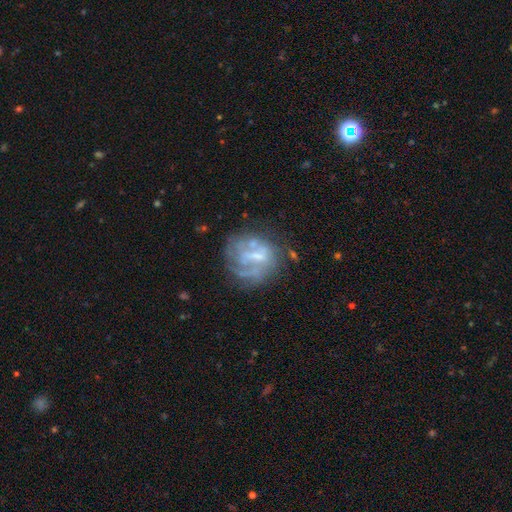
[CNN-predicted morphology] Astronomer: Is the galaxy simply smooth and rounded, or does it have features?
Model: featured or disk — 69%.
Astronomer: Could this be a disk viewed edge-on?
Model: no — 97%.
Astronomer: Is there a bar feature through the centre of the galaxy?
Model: weak — 42% (runner-up: no, 37%).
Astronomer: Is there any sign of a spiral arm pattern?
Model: yes — 52% (runner-up: no, 48%).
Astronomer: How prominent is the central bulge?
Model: none — 37% (runner-up: small, 32%).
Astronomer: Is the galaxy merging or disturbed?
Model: none — 48% (runner-up: major disturbance, 24%).